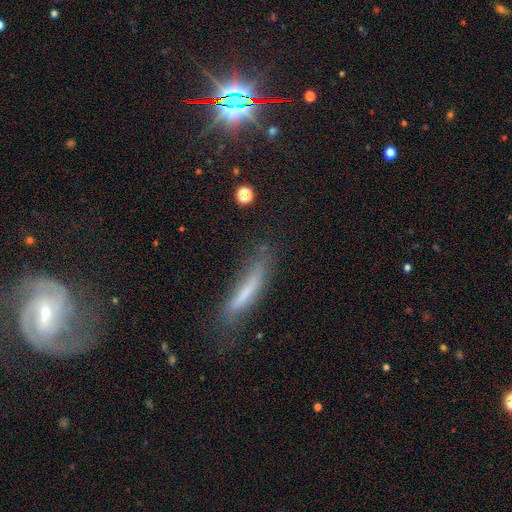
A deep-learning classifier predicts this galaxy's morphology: This is possibly a smooth galaxy (48%). Merging: possibly none (58%).